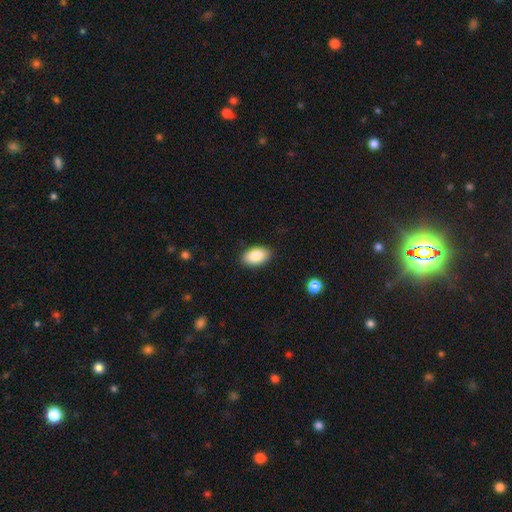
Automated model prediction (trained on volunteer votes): Morphology: type=smooth (88%); roundness=in between (93%); merging=none (88%).